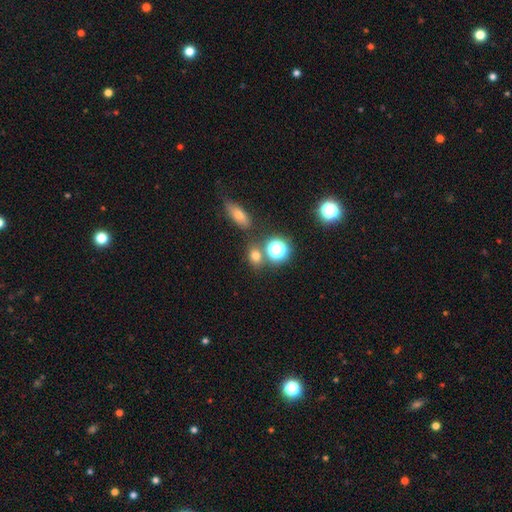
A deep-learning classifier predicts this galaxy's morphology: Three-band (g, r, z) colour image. It shows a smooth galaxy with no disk features (70%) that is round (58%). Merging: none (71%).